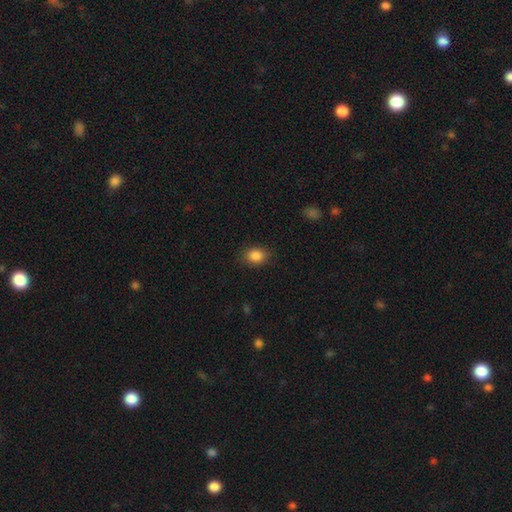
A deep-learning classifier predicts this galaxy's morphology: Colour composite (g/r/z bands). It shows a smooth galaxy with no disk features (86%) that is in between round and cigar-shaped (57%). Merging: none (85%).